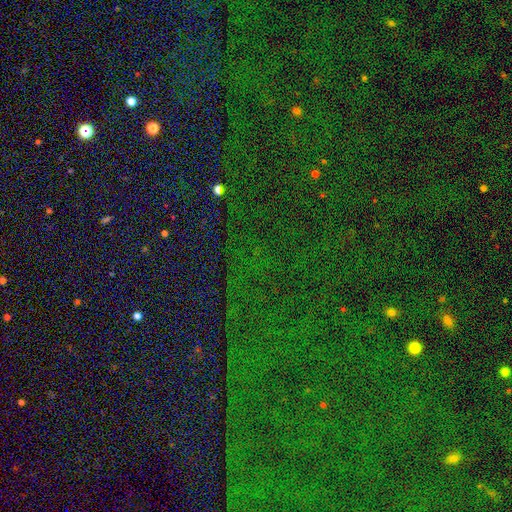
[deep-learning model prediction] Smooth or featured? star or artifact (85%)